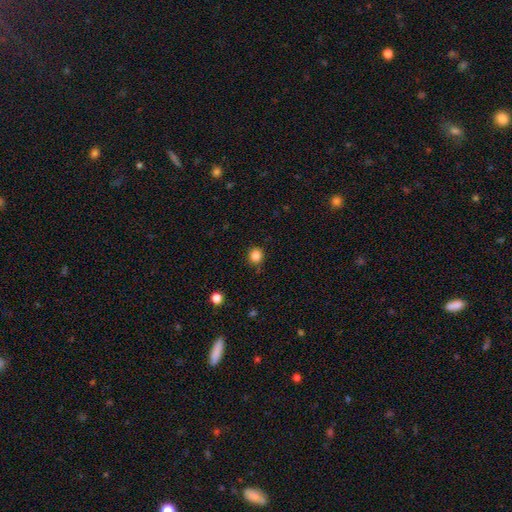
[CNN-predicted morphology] Overall: smooth (85%). How rounded: round (85%). Merging: none (83%).